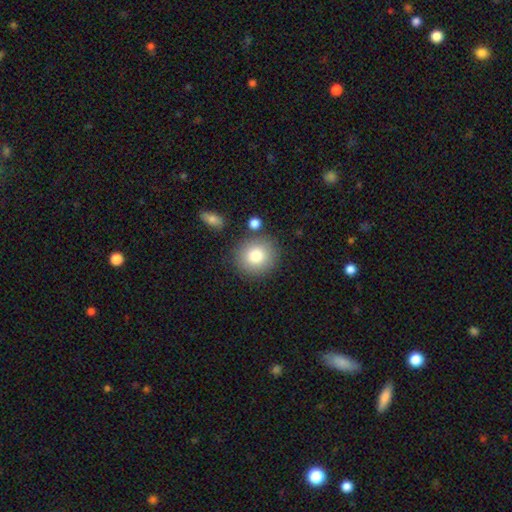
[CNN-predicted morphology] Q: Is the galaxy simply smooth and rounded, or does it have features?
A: smooth — 82%.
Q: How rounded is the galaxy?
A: round — 89%.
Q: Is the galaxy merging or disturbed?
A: none — 82%.